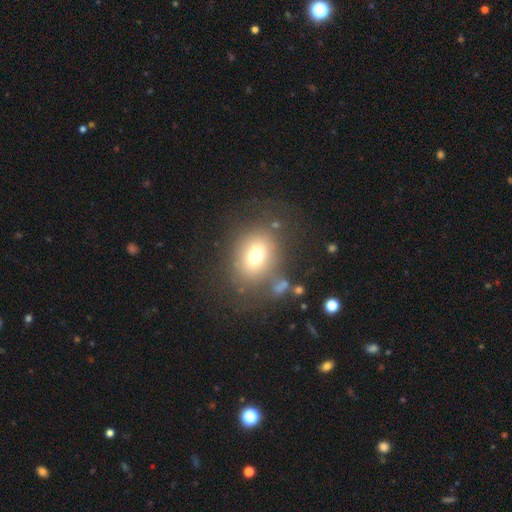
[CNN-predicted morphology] Q: Smooth or featured?
A: smooth (71%); runner-up: featured or disk (16%)
Q: How rounded?
A: in between (53%); runner-up: round (46%)
Q: Merging?
A: none (68%); runner-up: minor disturbance (15%)